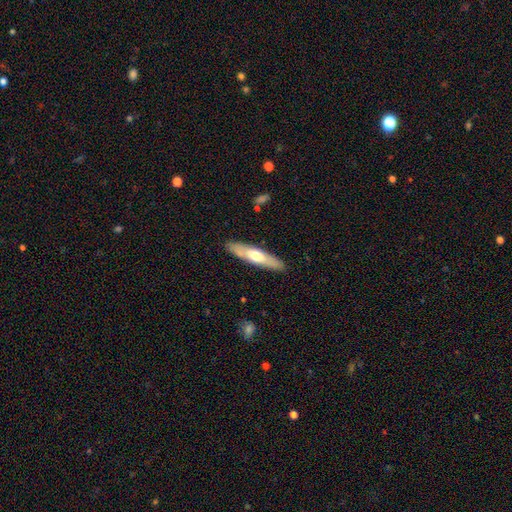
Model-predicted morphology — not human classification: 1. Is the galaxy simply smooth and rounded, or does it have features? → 51% smooth, 44% featured or disk, 5% star or artifact.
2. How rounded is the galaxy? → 78% cigar-shaped, 20% in between, 2% round.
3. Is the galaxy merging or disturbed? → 87% none, 9% minor disturbance, 2% major disturbance, 1% merger.